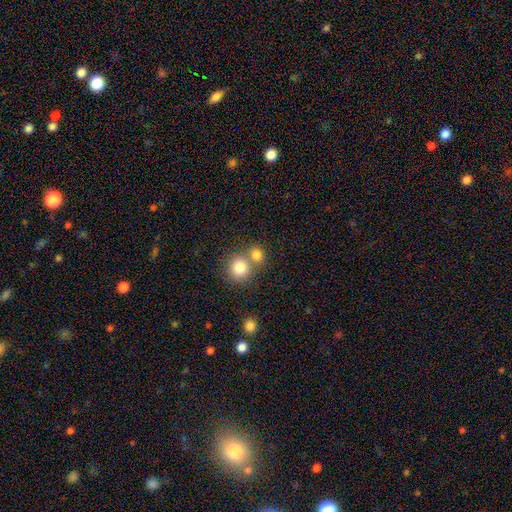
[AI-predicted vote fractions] Smooth or featured: smooth — 79% (star or artifact — 13%)
How rounded: round — 84% (in between — 15%)
Merging: none — 53% (merger — 38%)